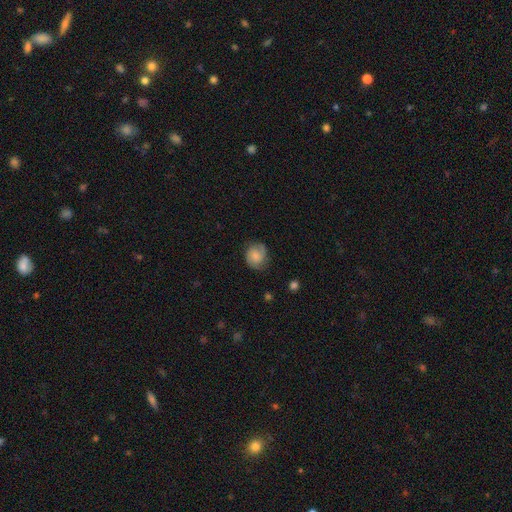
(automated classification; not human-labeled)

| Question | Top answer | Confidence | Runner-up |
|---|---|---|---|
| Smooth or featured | smooth | 55% | featured or disk (36%) |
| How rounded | round | 71% | in between (28%) |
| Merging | none | 70% | minor disturbance (21%) |